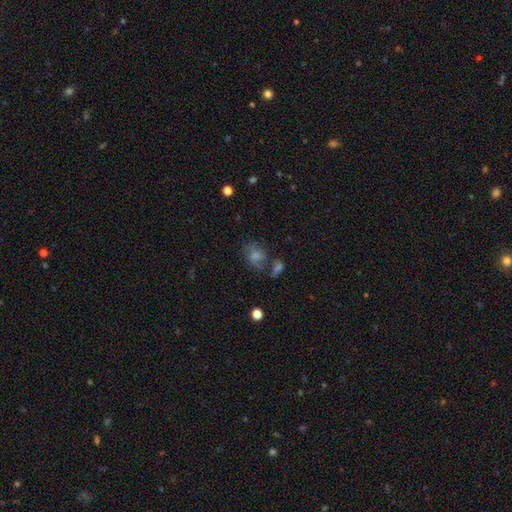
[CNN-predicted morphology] A featured or disk galaxy (38%, tied with smooth). Merging: none (55%).